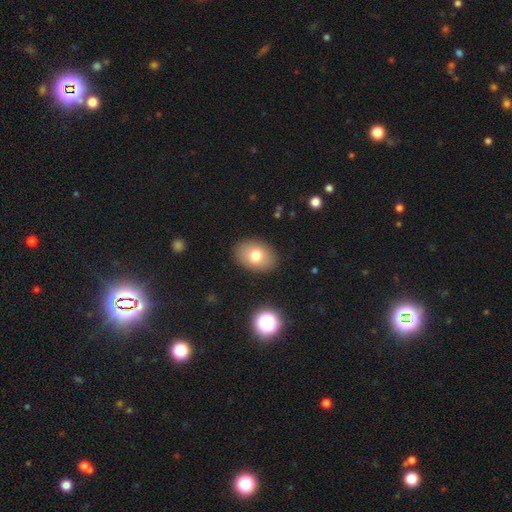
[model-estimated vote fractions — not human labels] smooth_or_featured: smooth (p=0.76) [alt: featured or disk p=0.14]
how_rounded: in between (p=0.72) [alt: round p=0.27]
merging: none (p=0.88) [alt: minor disturbance p=0.08]